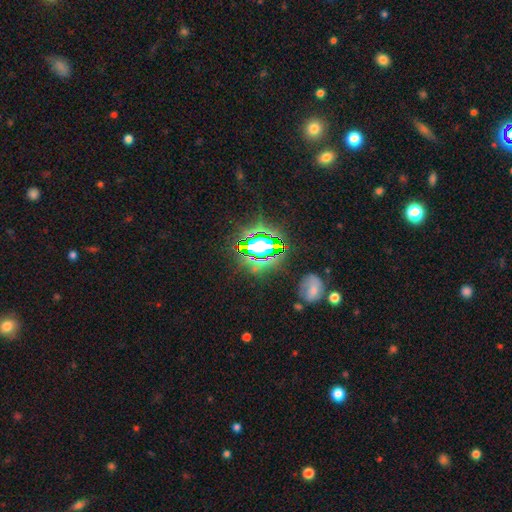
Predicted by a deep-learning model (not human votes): This appears to be a star or artifact, not a galaxy (79%).